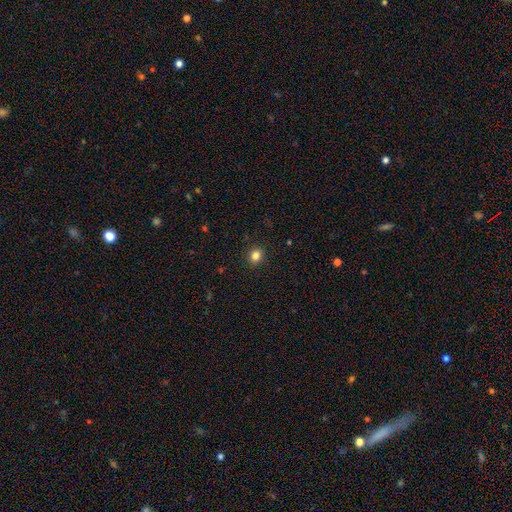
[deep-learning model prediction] Q: Smooth or featured?
A: smooth (83%); runner-up: star or artifact (12%)
Q: How rounded?
A: round (72%); runner-up: in between (28%)
Q: Merging?
A: none (91%); runner-up: minor disturbance (6%)